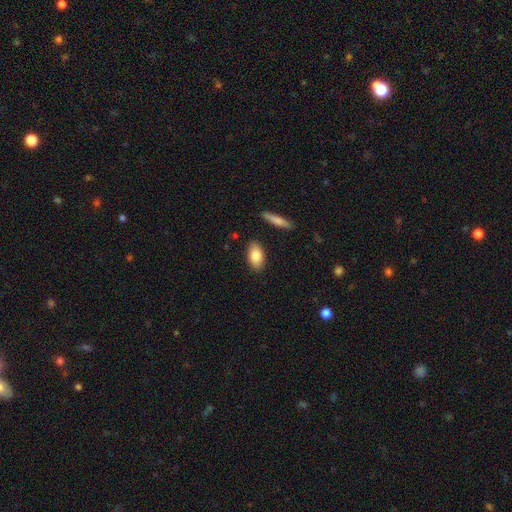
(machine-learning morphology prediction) smooth_or_featured: smooth (p=0.83) [alt: featured or disk p=0.11]
how_rounded: in between (p=0.90) [alt: cigar-shaped p=0.05]
merging: none (p=0.85) [alt: minor disturbance p=0.10]